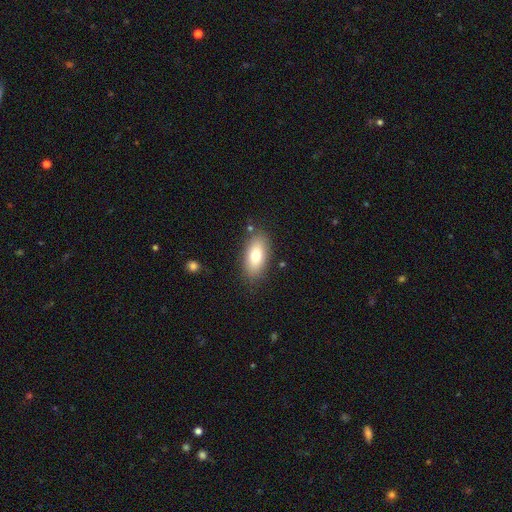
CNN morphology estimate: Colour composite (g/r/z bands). It shows a smooth galaxy with no disk features (76%) that is in between round and cigar-shaped (90%). Merging: none (83%).